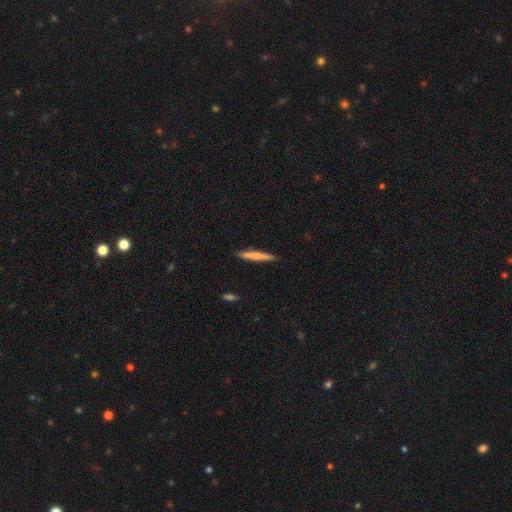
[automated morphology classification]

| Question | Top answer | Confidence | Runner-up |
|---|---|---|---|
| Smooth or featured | smooth | 65% | featured or disk (30%) |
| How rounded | cigar-shaped | 95% | in between (4%) |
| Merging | none | 89% | minor disturbance (8%) |